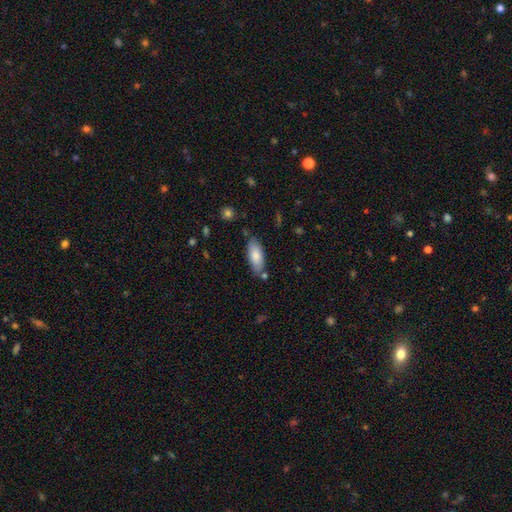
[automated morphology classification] Smooth or featured? smooth (81%)
How rounded? in between (84%)
Merging? none (75%)